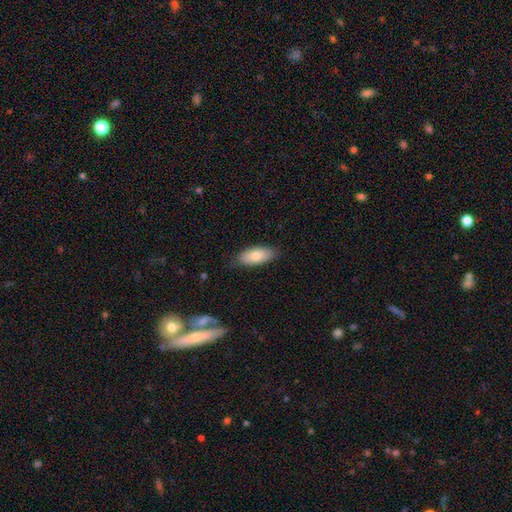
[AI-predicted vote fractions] Q: Smooth or featured?
A: smooth (78%); runner-up: featured or disk (15%)
Q: How rounded?
A: in between (85%); runner-up: cigar-shaped (13%)
Q: Merging?
A: none (82%); runner-up: minor disturbance (14%)